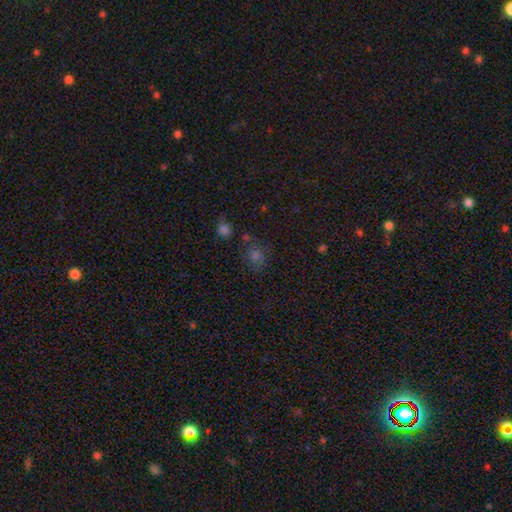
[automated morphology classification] Q: Smooth or featured?
A: smooth (63%); runner-up: star or artifact (29%)
Q: How rounded?
A: round (70%); runner-up: in between (29%)
Q: Merging?
A: none (68%); runner-up: minor disturbance (15%)